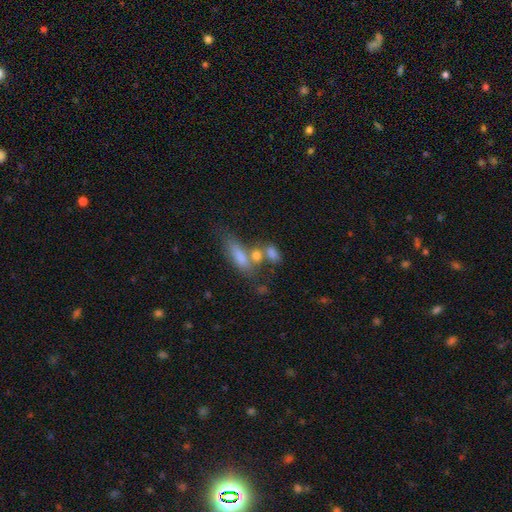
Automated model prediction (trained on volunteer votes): This appears to be a smooth galaxy with no disk features (63%) that is in between round and cigar-shaped (53%). Merging: none (40%).